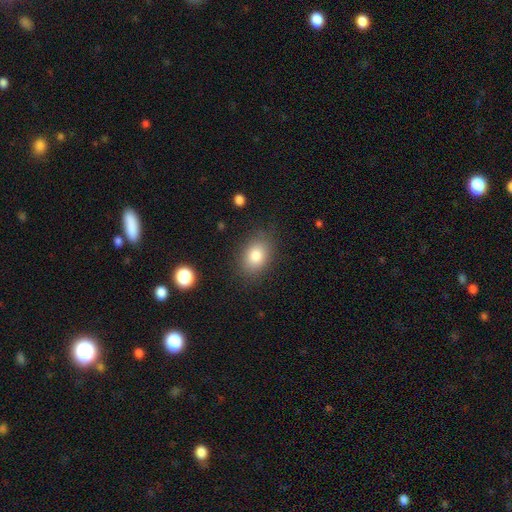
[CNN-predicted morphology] Smooth or featured? Predicted: smooth (p=0.82). How rounded? Predicted: in between (p=0.76). Merging? Predicted: none (p=0.83).